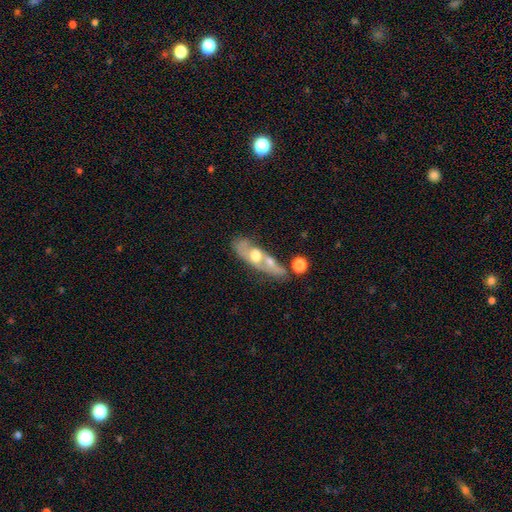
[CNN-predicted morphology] This is possibly a featured or disk galaxy (56%). It is likely not viewed edge-on (69%). Merging: marginally merger (42%).